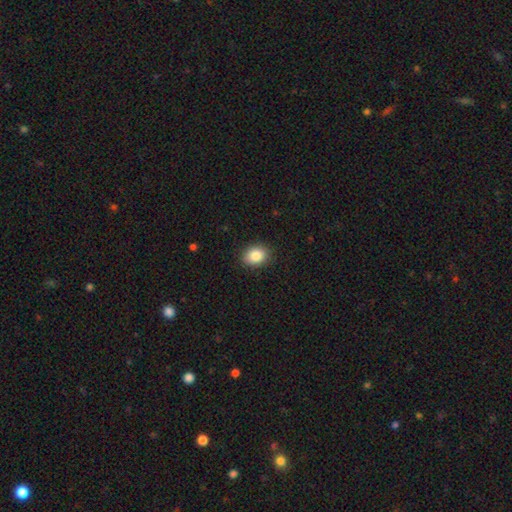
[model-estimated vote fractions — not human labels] Smooth or featured? smooth (87%)
How rounded? in between (65%)
Merging? none (88%)